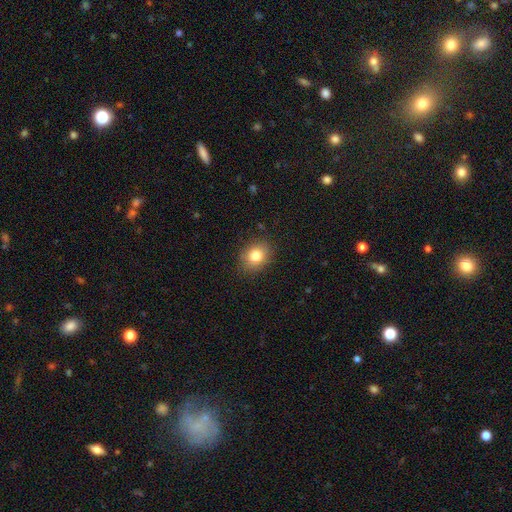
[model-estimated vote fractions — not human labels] This appears to be a smooth galaxy with no disk features (81%) that is round (51%). Merging: none (84%).